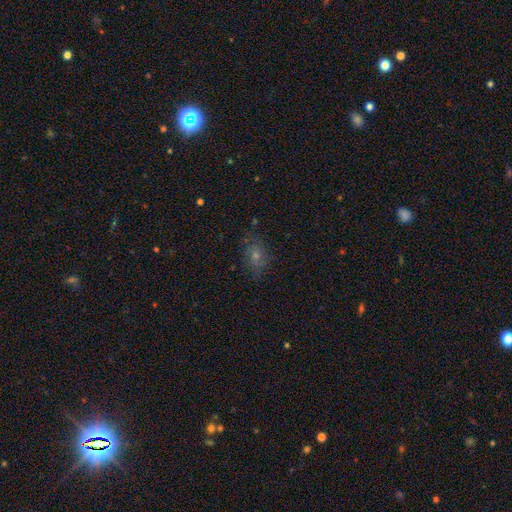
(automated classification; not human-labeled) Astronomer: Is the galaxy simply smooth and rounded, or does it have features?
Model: smooth — 45% (runner-up: featured or disk, 28%).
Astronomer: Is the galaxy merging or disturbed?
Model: none — 76%.